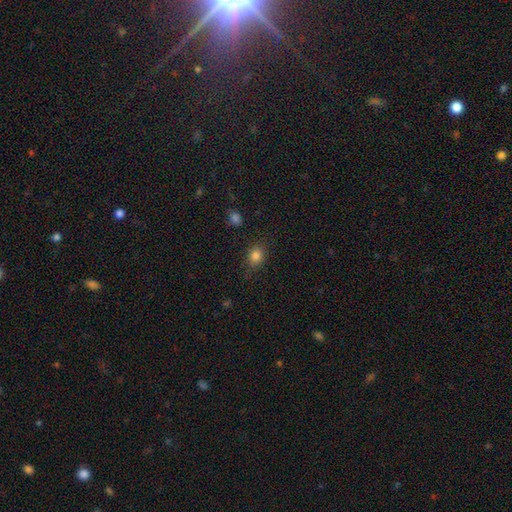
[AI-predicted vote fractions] Morphology: type=smooth (83%); roundness=round (54%); merging=none (82%).